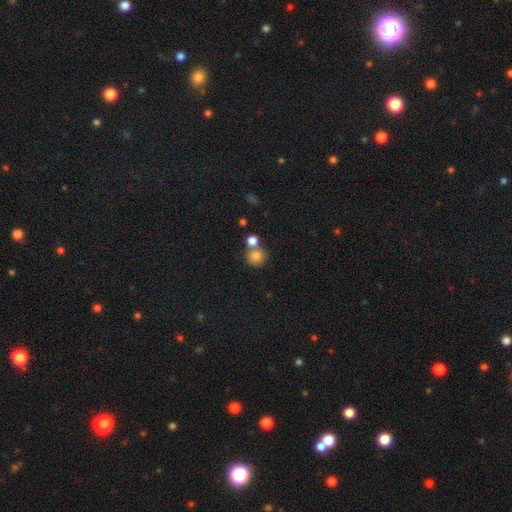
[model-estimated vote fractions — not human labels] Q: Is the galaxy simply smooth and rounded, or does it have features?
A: smooth — 82%.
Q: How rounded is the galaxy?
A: round — 88%.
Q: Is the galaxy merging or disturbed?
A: none — 56%.